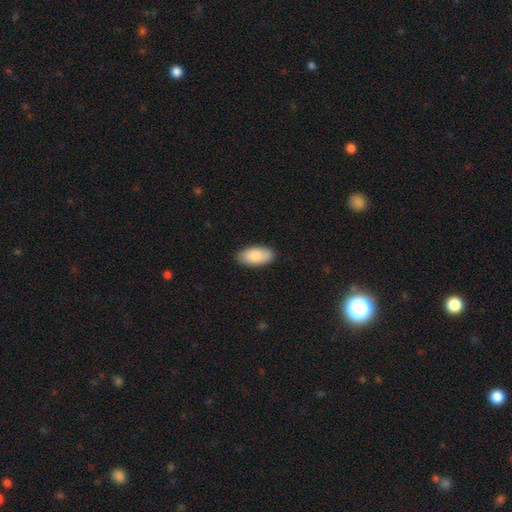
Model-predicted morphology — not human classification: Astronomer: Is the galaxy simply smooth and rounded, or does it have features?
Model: smooth — 88%.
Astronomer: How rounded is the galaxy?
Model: in between — 95%.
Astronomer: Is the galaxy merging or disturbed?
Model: none — 87%.